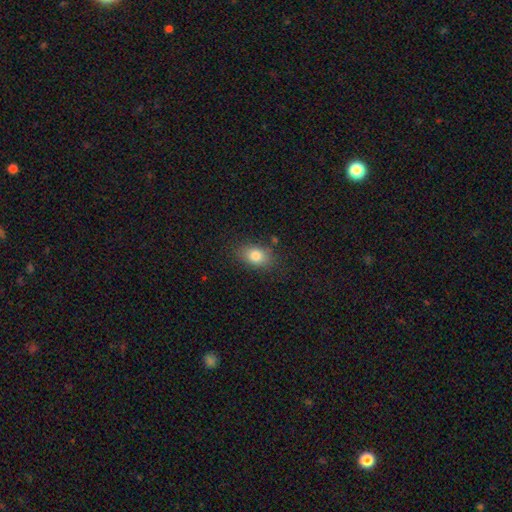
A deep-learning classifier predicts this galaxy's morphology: This is clearly a smooth galaxy (81%). How rounded: likely in between (78%). Merging: likely none (79%).